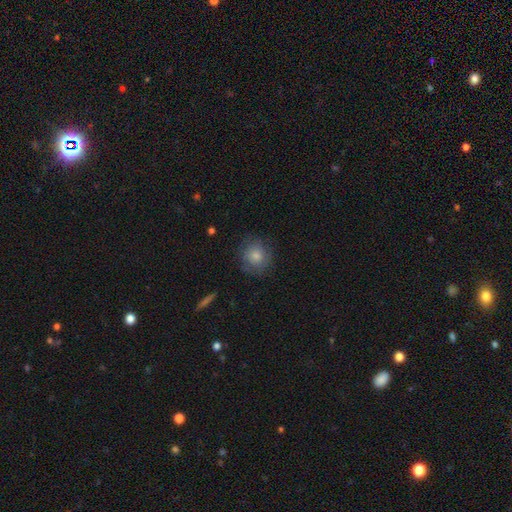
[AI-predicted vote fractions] smooth 76%, featured or disk 16%, star or artifact 8%. Down the decision tree: how rounded — round (89%); merging — none (77%).